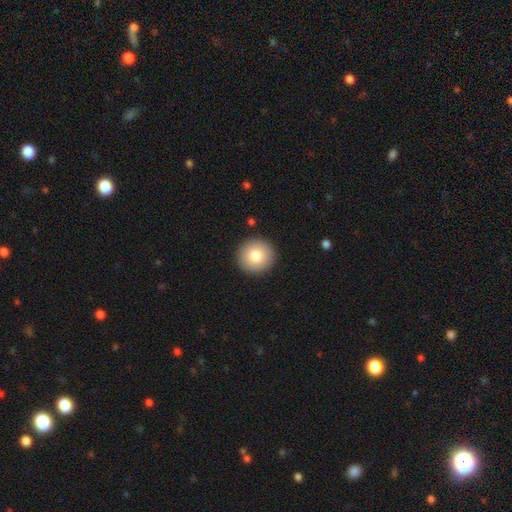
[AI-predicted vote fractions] This is clearly a smooth galaxy (80%). How rounded: clearly round (95%). Merging: clearly none (92%).